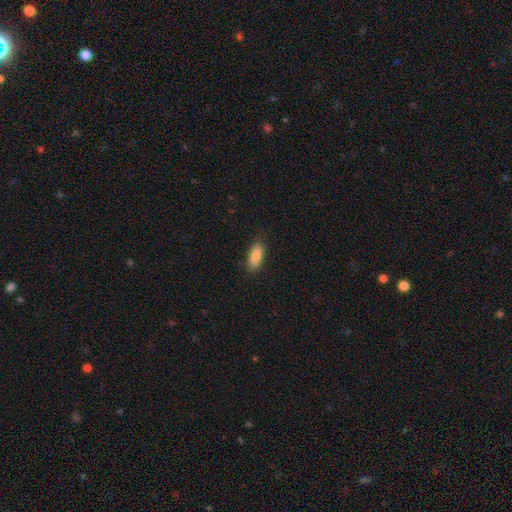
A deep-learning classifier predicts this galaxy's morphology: This is clearly a smooth galaxy (87%). How rounded: clearly in between (83%). Merging: clearly none (85%).